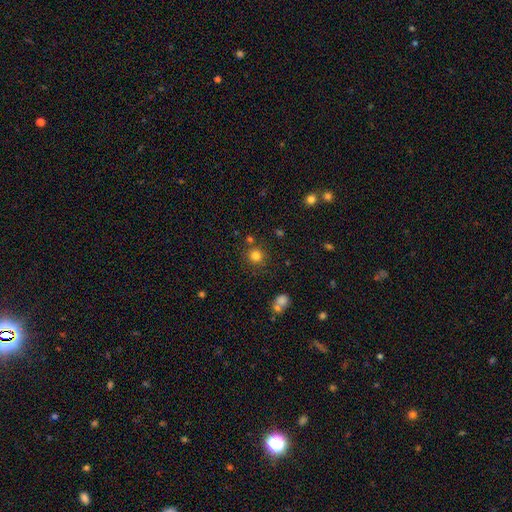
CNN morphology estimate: The model was most divided on "smooth or featured": smooth: 80%, star or artifact: 14%, featured or disk: 6%. More confident: how rounded — round (92%); merging — none (80%).